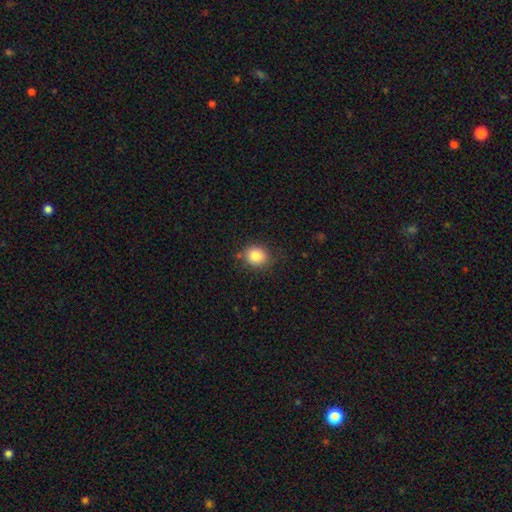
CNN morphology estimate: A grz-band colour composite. It shows a smooth galaxy with no disk features (84%) that is round (75%). Merging: none (78%).